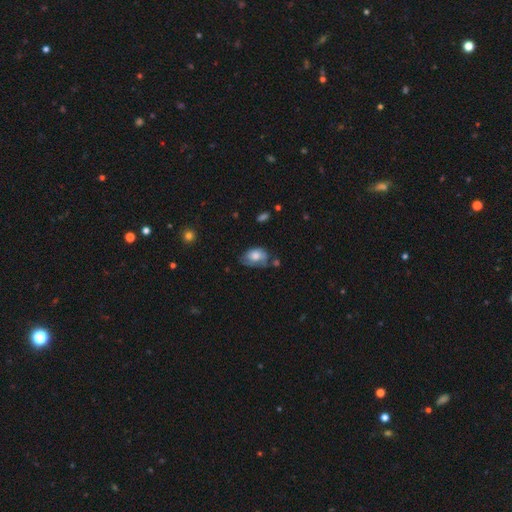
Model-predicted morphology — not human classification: Q: Smooth or featured?
A: smooth (58%); runner-up: featured or disk (34%)
Q: How rounded?
A: in between (84%); runner-up: round (14%)
Q: Merging?
A: none (39%); runner-up: minor disturbance (36%)